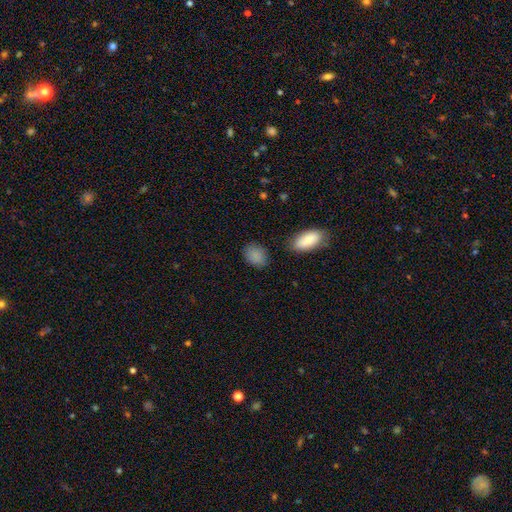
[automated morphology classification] The model was most divided on "how rounded": in between: 70%, round: 29%, cigar-shaped: 2%. More confident: smooth or featured — smooth (88%); merging — none (79%).